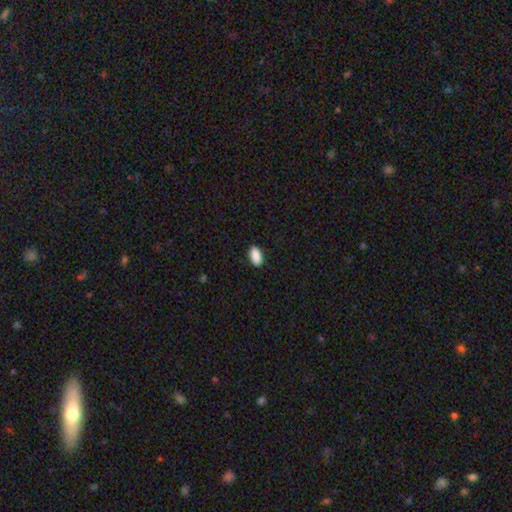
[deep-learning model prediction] Smooth or featured: smooth — 90% (star or artifact — 7%)
How rounded: in between — 92% (cigar-shaped — 4%)
Merging: none — 90% (minor disturbance — 7%)